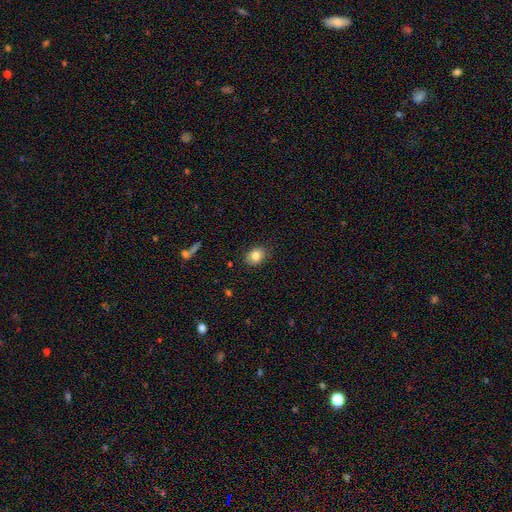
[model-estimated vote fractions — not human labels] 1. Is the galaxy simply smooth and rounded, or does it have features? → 81% smooth, 9% star or artifact, 9% featured or disk.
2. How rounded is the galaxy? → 51% in between, 48% round, 1% cigar-shaped.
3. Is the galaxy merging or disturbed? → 84% none, 13% minor disturbance, 2% major disturbance, 1% merger.